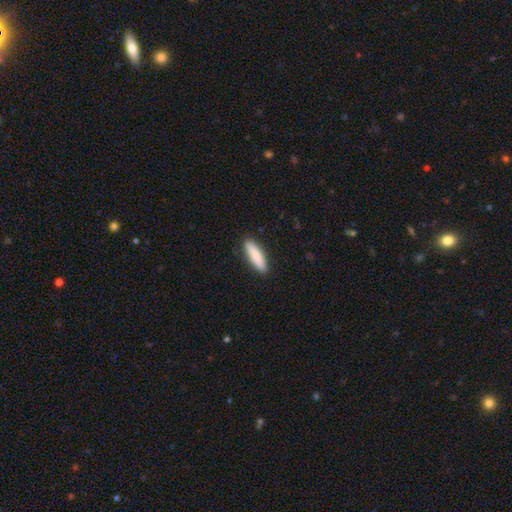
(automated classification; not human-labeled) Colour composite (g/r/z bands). It shows a smooth galaxy with no disk features (86%) that is cigar-shaped (70%). Merging: none (89%).